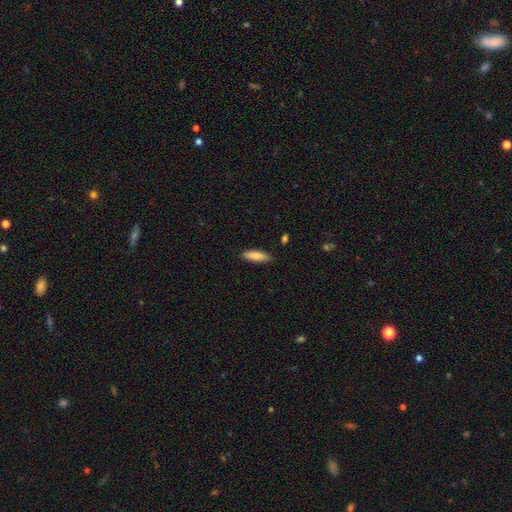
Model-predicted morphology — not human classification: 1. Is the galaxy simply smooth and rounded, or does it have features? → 86% smooth, 8% featured or disk, 6% star or artifact.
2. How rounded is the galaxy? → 51% in between, 47% cigar-shaped, 2% round.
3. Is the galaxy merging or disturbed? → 87% none, 10% minor disturbance, 2% major disturbance, 1% merger.